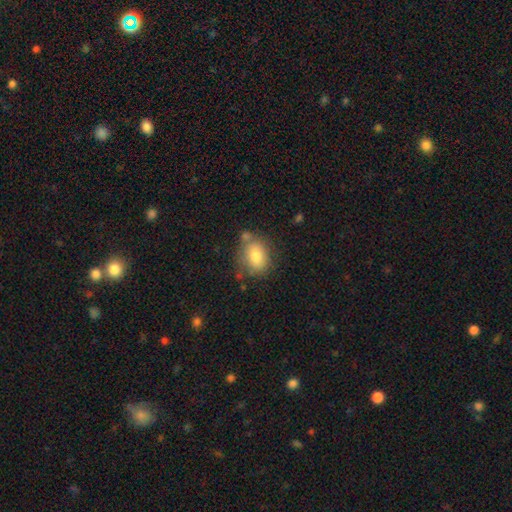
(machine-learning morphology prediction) This is likely a smooth galaxy (78%). How rounded: likely in between (62%). Merging: likely none (63%).